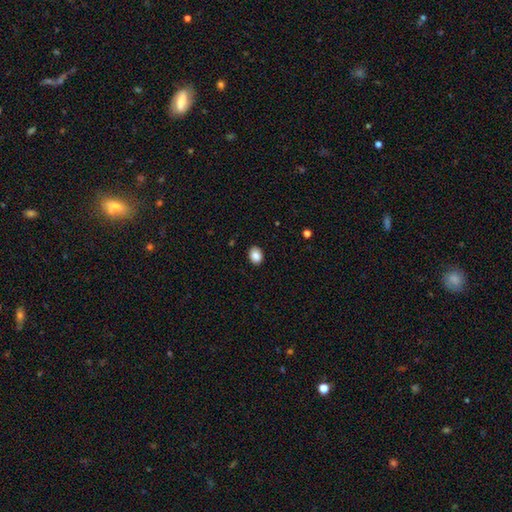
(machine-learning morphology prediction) Overall: smooth (87%). How rounded: in between (61%; round 39%). Merging: none (89%).